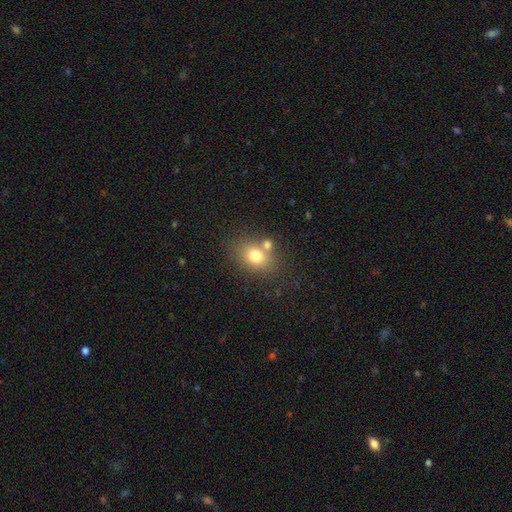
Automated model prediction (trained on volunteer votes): smooth 76%, featured or disk 13%, star or artifact 12%. Down the decision tree: how rounded — in between (56%); merging — none (61%).